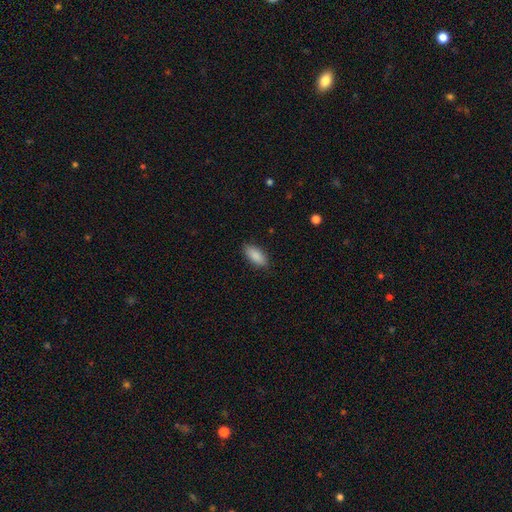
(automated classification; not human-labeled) The model was most divided on "how rounded": in between: 83%, cigar-shaped: 15%, round: 2%. More confident: smooth or featured — smooth (89%); merging — none (87%).